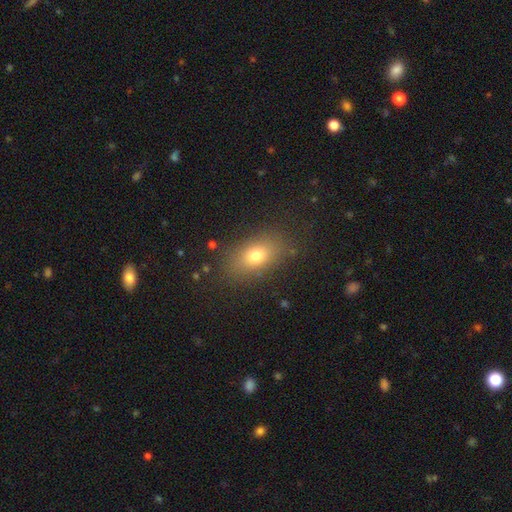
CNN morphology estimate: smooth 75%, featured or disk 13%, star or artifact 12%. Down the decision tree: how rounded — in between (81%); merging — none (82%).